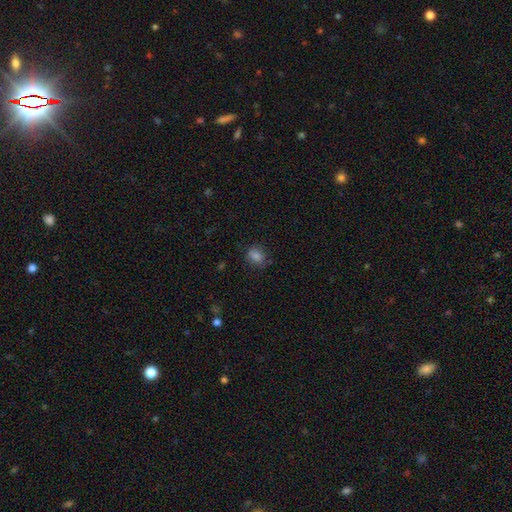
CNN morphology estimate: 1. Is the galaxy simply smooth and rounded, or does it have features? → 80% smooth, 14% star or artifact, 6% featured or disk.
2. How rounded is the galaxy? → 52% round, 47% in between, 1% cigar-shaped.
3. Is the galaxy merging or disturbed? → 78% none, 16% minor disturbance, 4% major disturbance, 1% merger.